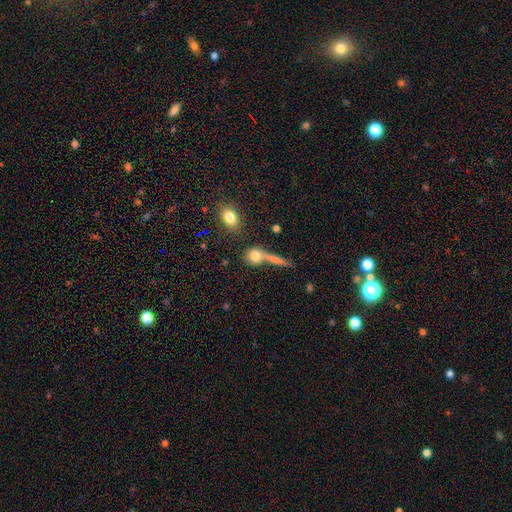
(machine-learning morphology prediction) This is likely a smooth galaxy (70%). How rounded: likely round (61%). Merging: possibly none (46%).